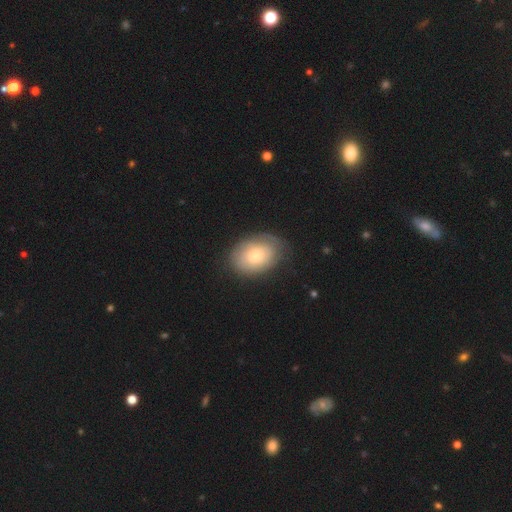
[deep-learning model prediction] Smooth or featured? Predicted: smooth (p=0.64). How rounded? Predicted: in between (p=0.77). Merging? Predicted: none (p=0.74).